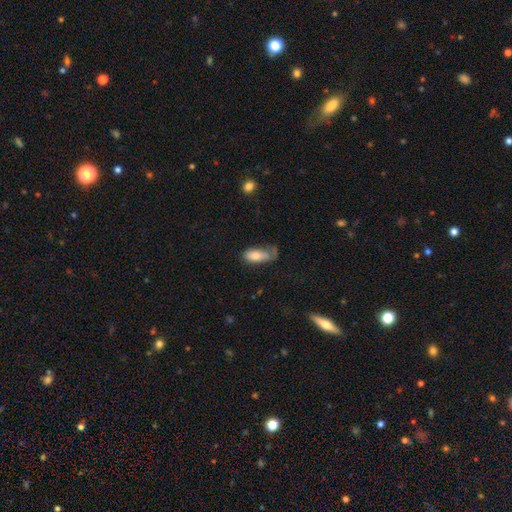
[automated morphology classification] This appears to be a smooth galaxy with no disk features (75%) that is in between round and cigar-shaped (82%). Merging: none (35%).